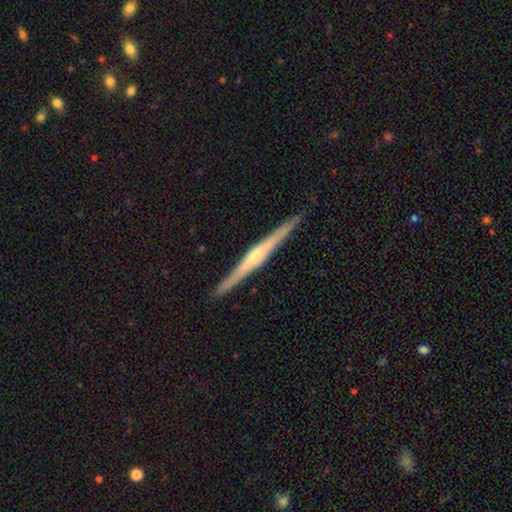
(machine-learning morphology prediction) A featured or disk galaxy (75%) viewed edge-on (98%) with a rounded central bulge (71%).

Vote fractions:
- Smooth or featured? featured or disk: 75% / smooth: 20% / star or artifact: 5%
- Edge-on disk? yes: 98% / no: 2%
- Edge-on bulge? rounded: 71% / none: 18% / boxy: 11%
- Merging? none: 91% / minor disturbance: 6% / major disturbance: 1% / merger: 1%